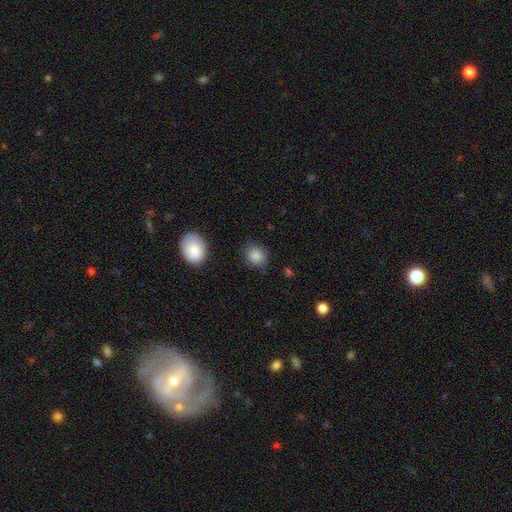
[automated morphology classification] Smooth or featured? Predicted: smooth (p=0.87). How rounded? Predicted: round (p=0.69). Merging? Predicted: none (p=0.76).